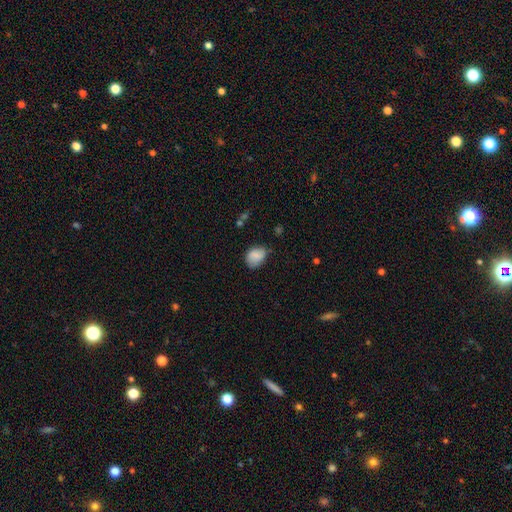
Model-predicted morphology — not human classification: The model was most divided on "merging": none: 56%, minor disturbance: 34%, major disturbance: 8%, merger: 2%. More confident: smooth or featured — smooth (81%); how rounded — in between (63%).